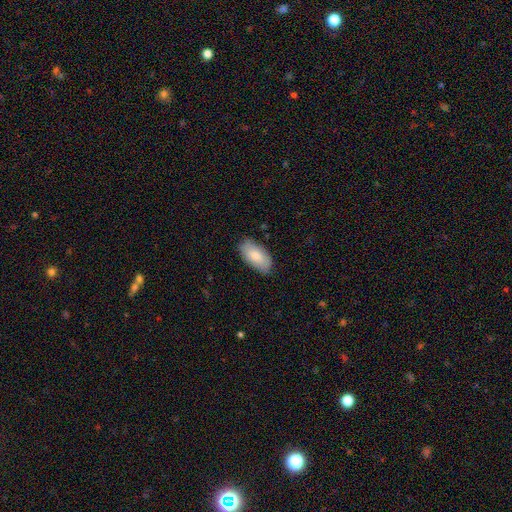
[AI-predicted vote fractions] A smooth galaxy with no disk features (82%) that is in between round and cigar-shaped (95%). Merging: none (81%).